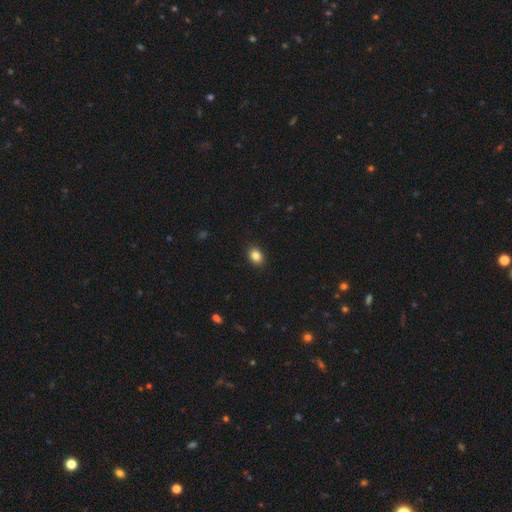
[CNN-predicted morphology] A smooth galaxy with no disk features (85%) that is in between round and cigar-shaped (65%). Merging: none (90%).